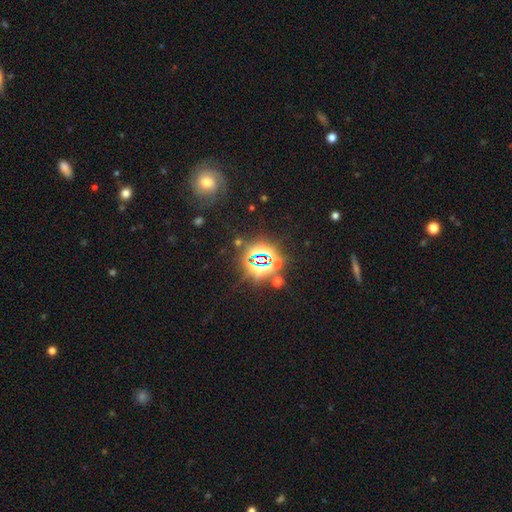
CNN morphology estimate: Q: Smooth or featured?
A: star or artifact (82%); runner-up: smooth (11%)